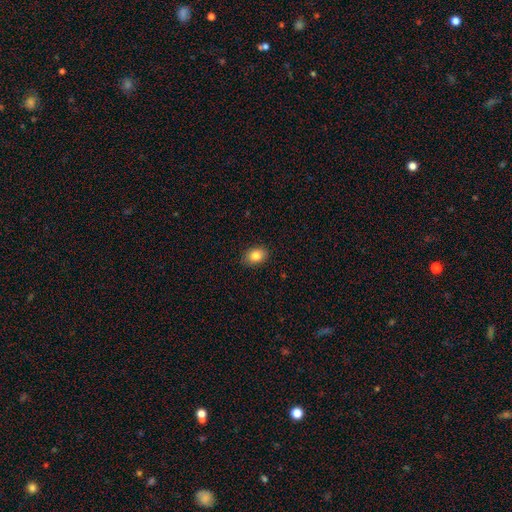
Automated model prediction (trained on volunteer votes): Overall: smooth (84%). How rounded: in between (73%). Merging: none (88%).